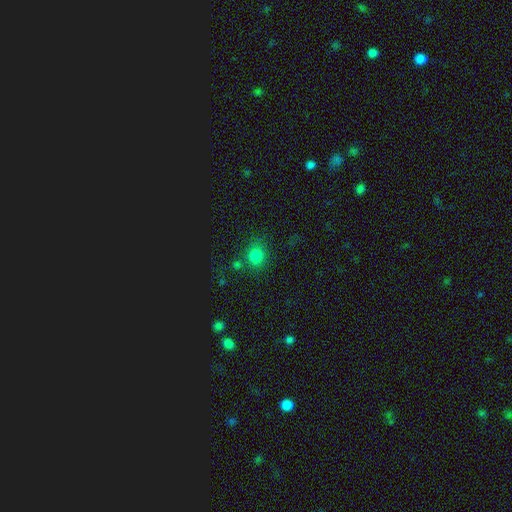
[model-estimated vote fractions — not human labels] The model was most divided on "merging": none: 72%, minor disturbance: 12%, merger: 11%, major disturbance: 5%. More confident: how rounded — round (81%); smooth or featured — smooth (78%).